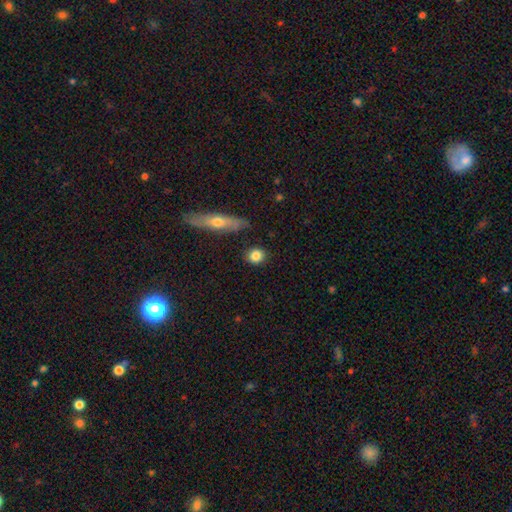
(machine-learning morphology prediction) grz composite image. It shows a smooth galaxy with no disk features (83%) that is round (78%). Merging: none (85%).